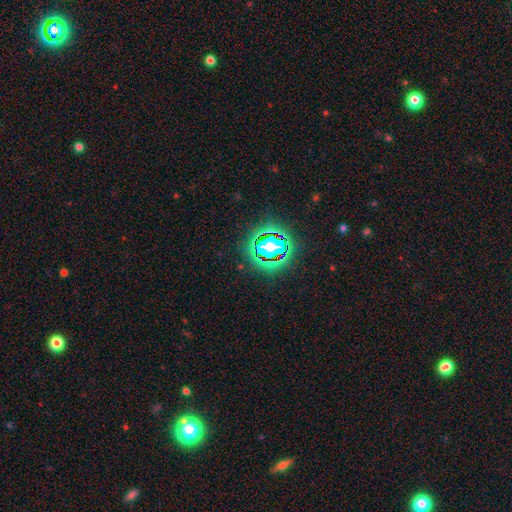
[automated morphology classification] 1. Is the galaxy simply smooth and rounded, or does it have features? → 80% star or artifact, 12% smooth, 7% featured or disk.